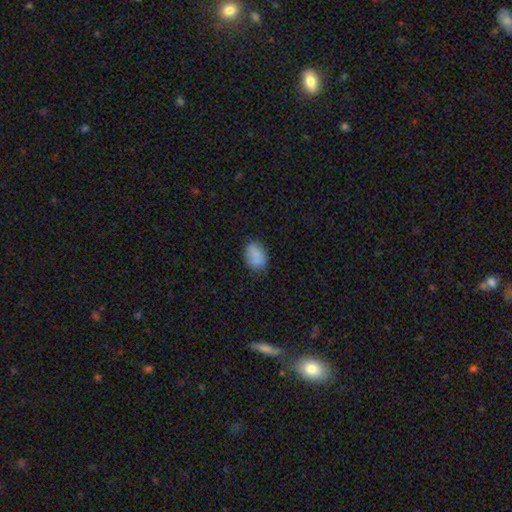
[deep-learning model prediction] The model was most divided on "merging": none: 77%, minor disturbance: 17%, major disturbance: 4%, merger: 1%. More confident: smooth or featured — smooth (86%); how rounded — in between (80%).